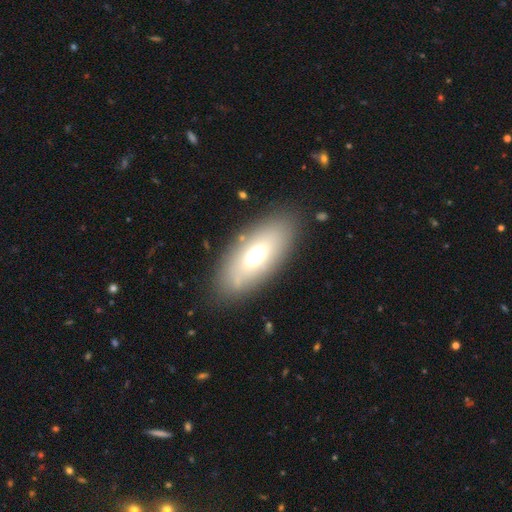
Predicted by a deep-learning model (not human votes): A smooth galaxy with no disk features (62%) that is in between round and cigar-shaped (85%).

Vote fractions:
- Smooth or featured? smooth: 62% / featured or disk: 30% / star or artifact: 8%
- How rounded? in between: 85% / cigar-shaped: 12% / round: 3%
- Merging? none: 83% / minor disturbance: 11% / major disturbance: 4% / merger: 2%